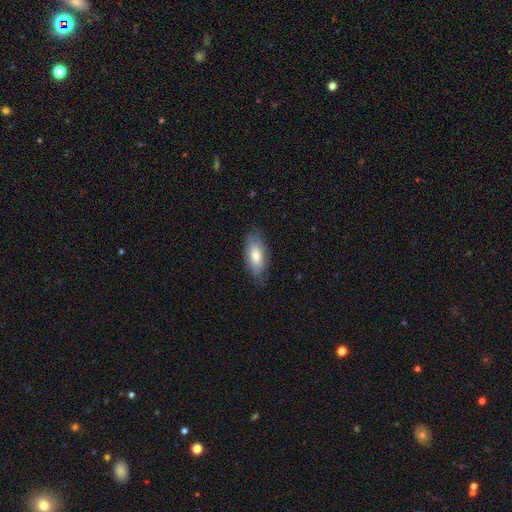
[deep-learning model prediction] Smooth or featured? smooth (68%)
How rounded? in between (86%)
Merging? none (75%)